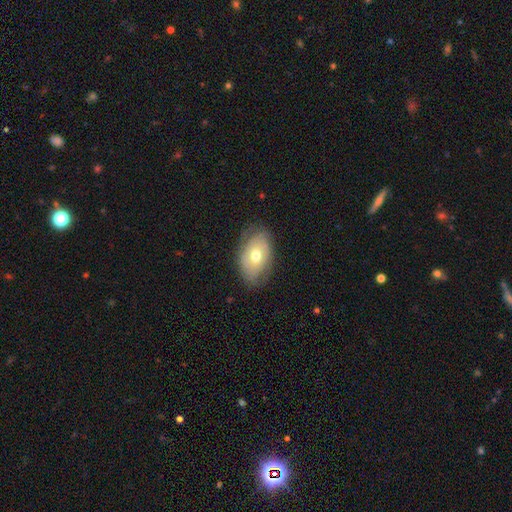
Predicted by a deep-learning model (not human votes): A smooth galaxy with no disk features (51%) that is in between round and cigar-shaped (88%). Merging: none (73%).